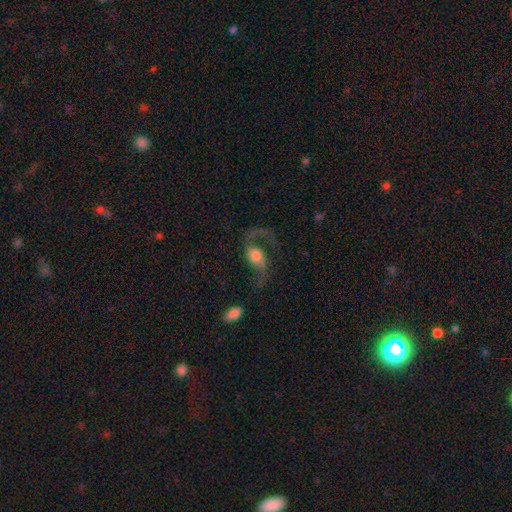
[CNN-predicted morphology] smooth-or-featured: featured or disk: 73% | smooth: 20% | star or artifact: 8%
  disk-edge-on: no: 96% | yes: 4%
    bar: no: 62% | weak: 29% | strong: 8%
    has-spiral-arms: yes: 90% | no: 10%
      spiral-winding: loose: 76% | medium: 20% | tight: 4%
      spiral-arm-count: 2: 81% | 1: 14% | can't tell: 2% | 3: 1% | 4: 1% | more than 4: 1%
    bulge-size: moderate: 39% | large: 36% | small: 13% | dominant: 7% | none: 6%
  merging: none: 46% | major disturbance: 33% | minor disturbance: 16% | merger: 5%